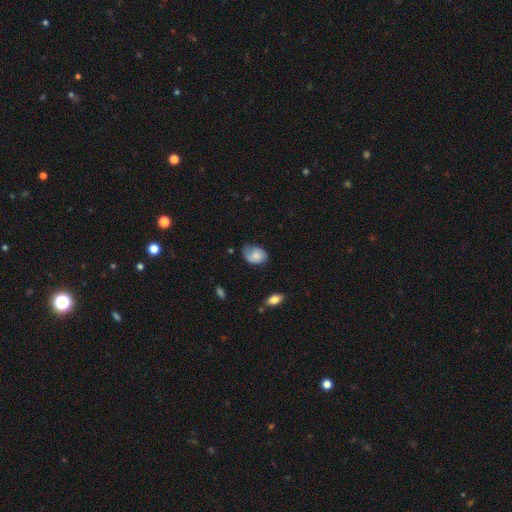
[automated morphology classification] This is likely a smooth galaxy (63%). How rounded: likely in between (70%). Merging: possibly none (46%).